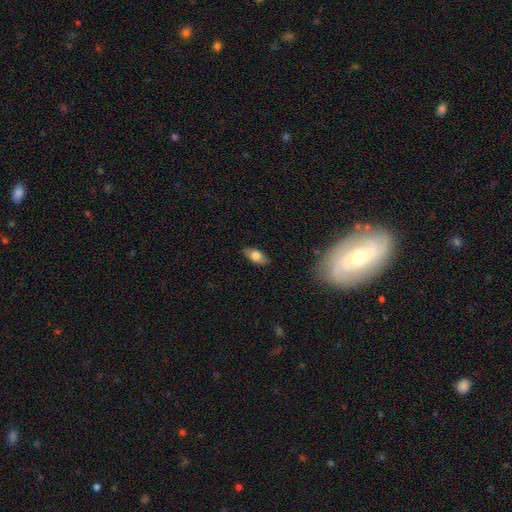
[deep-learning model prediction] Smooth or featured? smooth (70%)
How rounded? in between (87%)
Merging? none (85%)